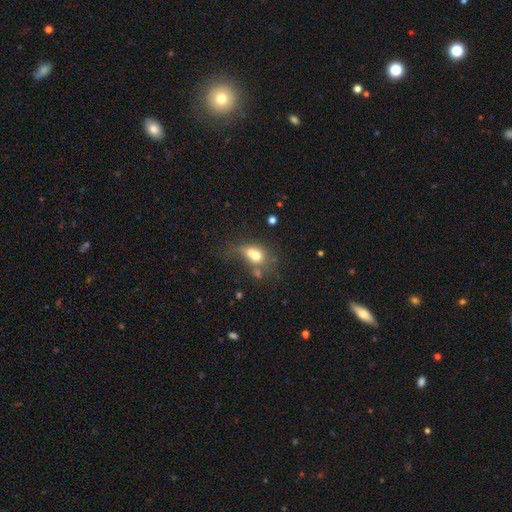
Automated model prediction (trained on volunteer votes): smooth 64%, featured or disk 24%, star or artifact 13%. Down the decision tree: how rounded — round (53%); merging — merger (60%).